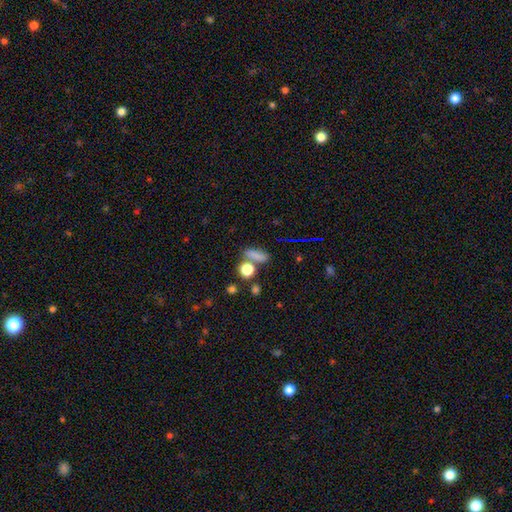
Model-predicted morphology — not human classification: This appears to be a smooth galaxy with no disk features (76%) that is in between round and cigar-shaped (51%). Merging: none (64%).